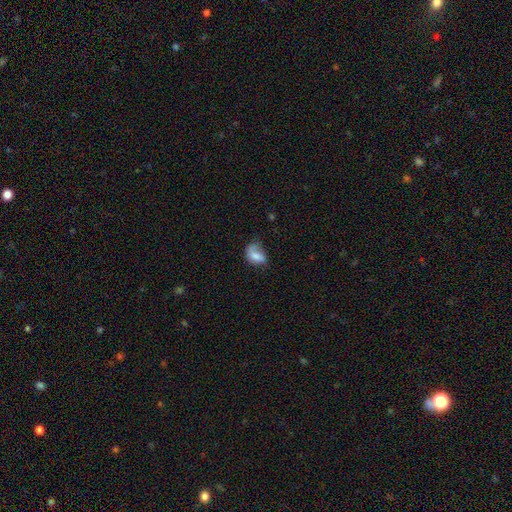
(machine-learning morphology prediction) Smooth or featured: smooth — 71% (featured or disk — 20%)
How rounded: in between — 81% (round — 17%)
Merging: minor disturbance — 35% (none — 33%)